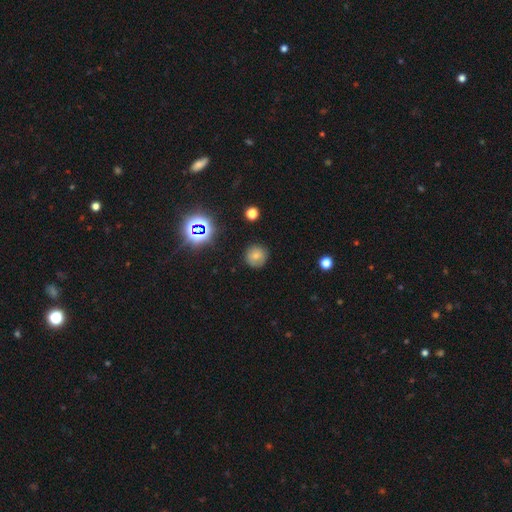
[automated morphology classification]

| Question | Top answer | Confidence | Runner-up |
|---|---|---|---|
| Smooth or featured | smooth | 72% | star or artifact (17%) |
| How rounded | round | 93% | in between (6%) |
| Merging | none | 87% | minor disturbance (9%) |